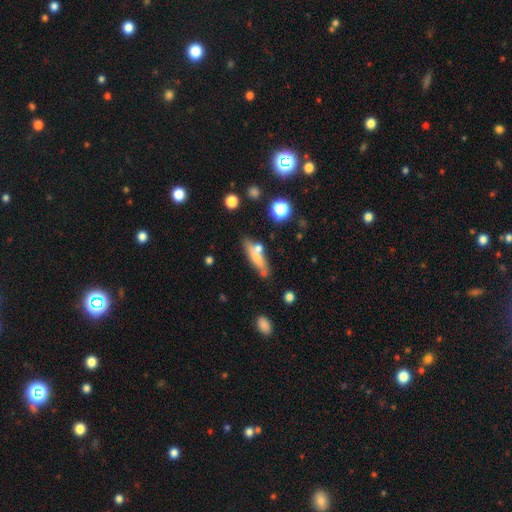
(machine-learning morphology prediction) This appears to be a smooth galaxy with no disk features (51%) that is cigar-shaped (66%). Merging: none (64%).